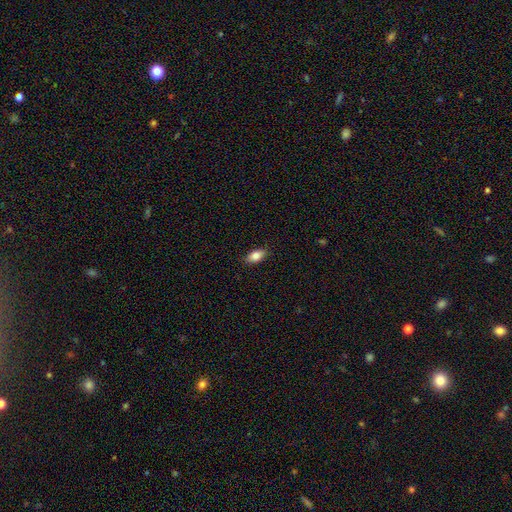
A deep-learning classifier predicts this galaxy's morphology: smooth-or-featured: smooth: 83% | featured or disk: 10% | star or artifact: 7%
  how-rounded: in between: 88% | cigar-shaped: 7% | round: 5%
  merging: none: 87% | minor disturbance: 10% | major disturbance: 2% | merger: 1%